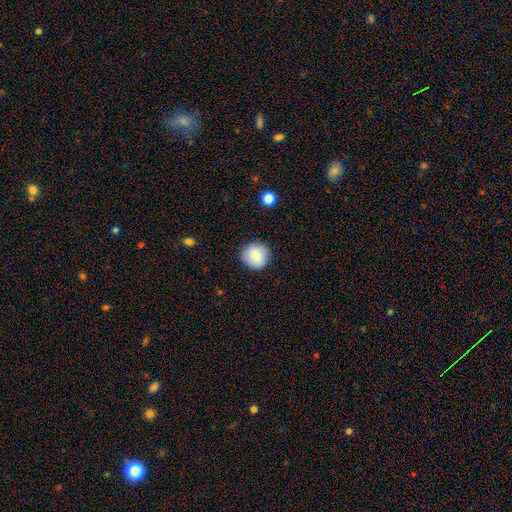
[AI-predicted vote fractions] smooth_or_featured: smooth (p=0.85) [alt: featured or disk p=0.07]
how_rounded: round (p=0.91) [alt: in between p=0.08]
merging: none (p=0.87) [alt: minor disturbance p=0.09]